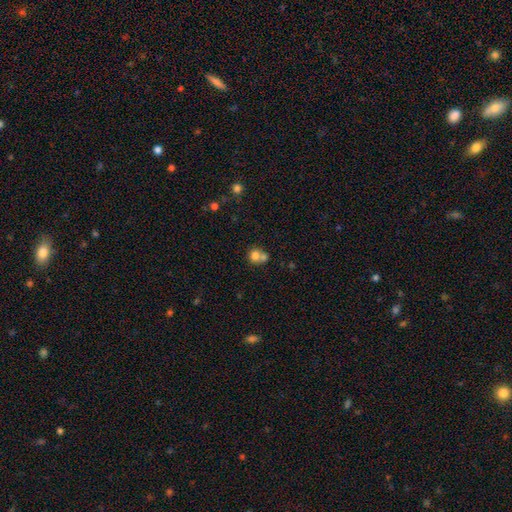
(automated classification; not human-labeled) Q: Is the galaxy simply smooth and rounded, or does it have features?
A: smooth — 76%.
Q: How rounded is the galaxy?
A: round — 80%.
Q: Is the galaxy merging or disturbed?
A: merger — 55%.